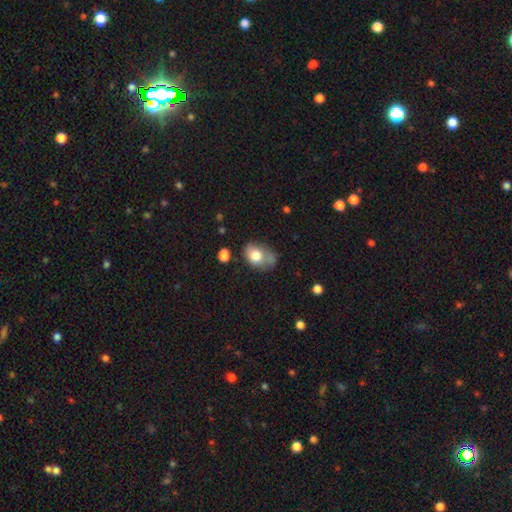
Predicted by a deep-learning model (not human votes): The model was most divided on "merging": none: 37%, minor disturbance: 29%, major disturbance: 17%, merger: 17%. More confident: smooth or featured — smooth (74%); how rounded — in between (70%).